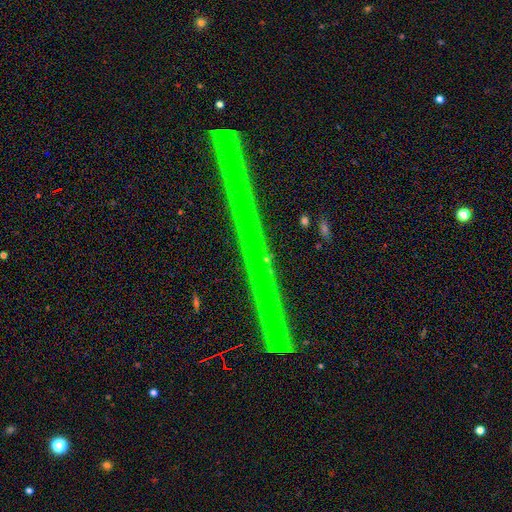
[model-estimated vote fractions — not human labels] Smooth or featured? Predicted: star or artifact (p=0.82).